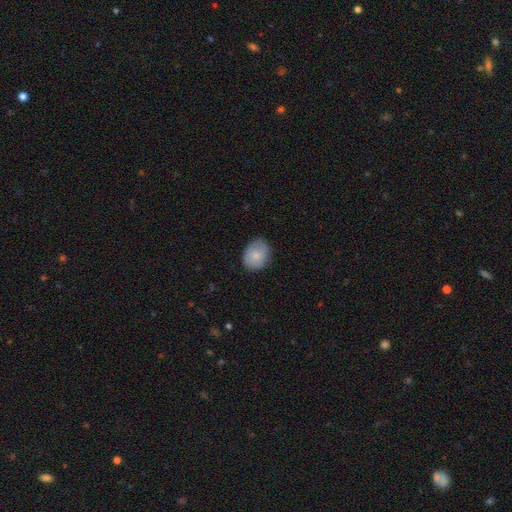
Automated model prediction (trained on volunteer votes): smooth_or_featured: smooth (p=0.80) [alt: featured or disk p=0.13]
how_rounded: round (p=0.53) [alt: in between p=0.46]
merging: none (p=0.78) [alt: minor disturbance p=0.17]